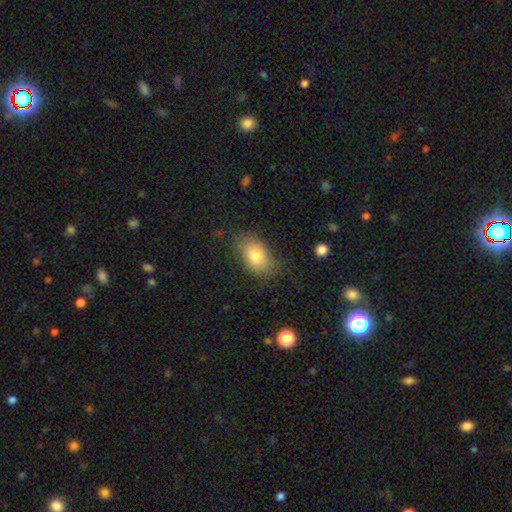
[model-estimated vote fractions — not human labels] smooth 78%, featured or disk 13%, star or artifact 9%. Down the decision tree: how rounded — in between (85%); merging — none (74%).